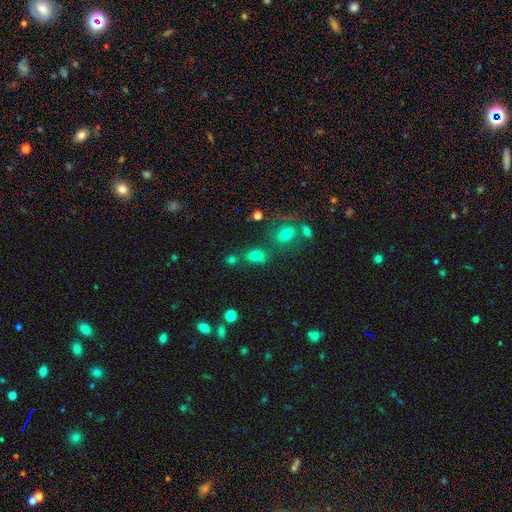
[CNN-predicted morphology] Smooth or featured? Predicted: smooth (p=0.76). How rounded? Predicted: in between (p=0.74). Merging? Predicted: none (p=0.63).